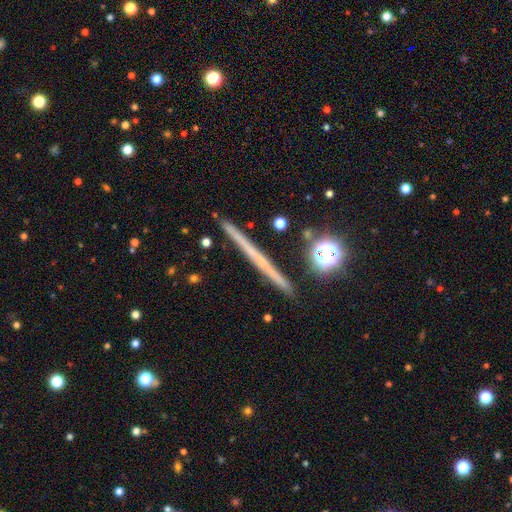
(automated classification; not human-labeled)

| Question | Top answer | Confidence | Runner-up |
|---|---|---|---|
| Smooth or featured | featured or disk | 54% | smooth (36%) |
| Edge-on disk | yes | 97% | no (3%) |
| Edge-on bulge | none | 90% | rounded (7%) |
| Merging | none | 91% | minor disturbance (6%) |